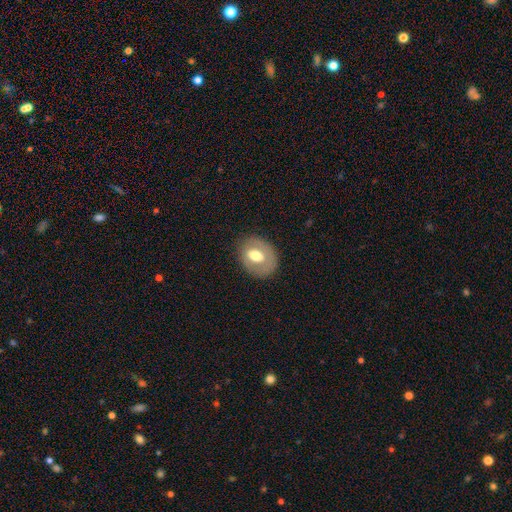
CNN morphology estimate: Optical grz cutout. It shows a smooth galaxy with no disk features (55%) that is in between round and cigar-shaped (62%). Merging: none (78%).